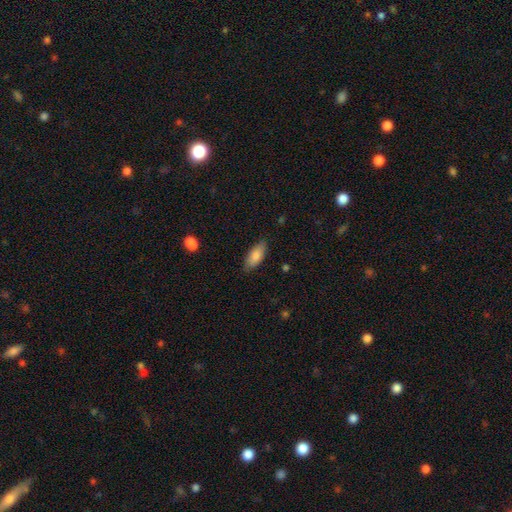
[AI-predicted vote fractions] Morphology: type=smooth (84%); roundness=in between (80%); merging=none (82%).